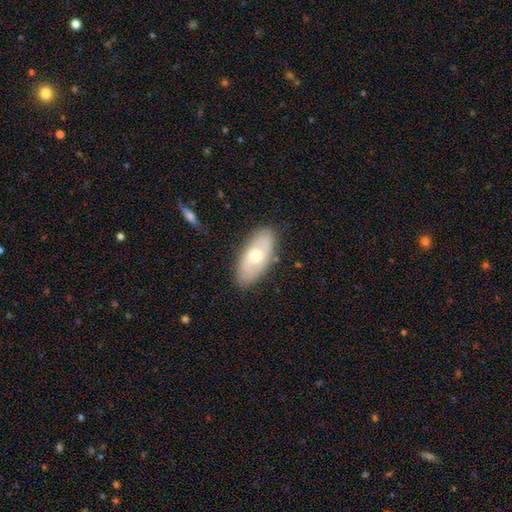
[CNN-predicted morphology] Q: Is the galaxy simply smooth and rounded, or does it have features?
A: featured or disk — 48%.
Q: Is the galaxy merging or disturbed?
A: none — 83%.